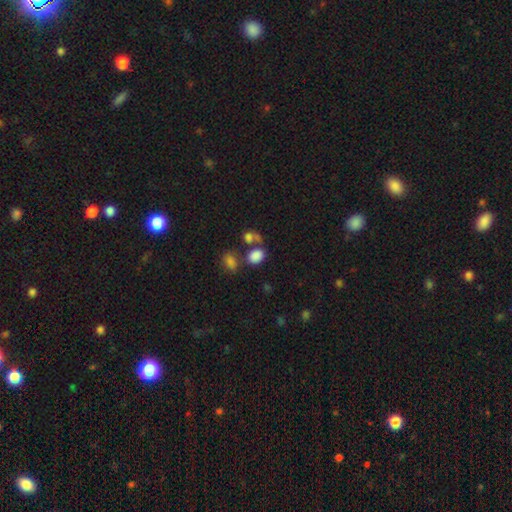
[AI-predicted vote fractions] Overall: smooth (81%). How rounded: in between (71%). Merging: none (50%; merger 29%).